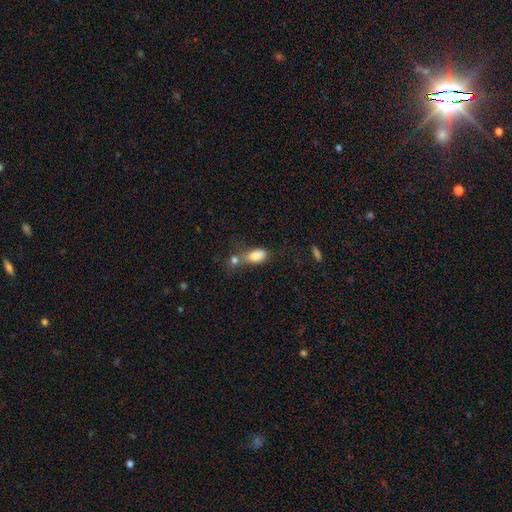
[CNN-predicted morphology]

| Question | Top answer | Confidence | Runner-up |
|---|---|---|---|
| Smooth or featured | smooth | 78% | featured or disk (13%) |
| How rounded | in between | 83% | round (10%) |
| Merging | merger | 47% | none (24%) |